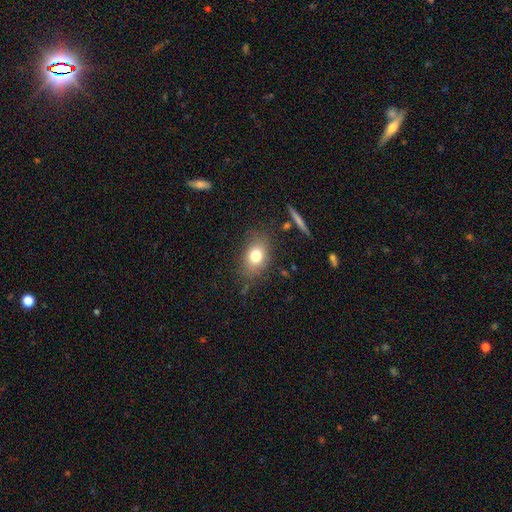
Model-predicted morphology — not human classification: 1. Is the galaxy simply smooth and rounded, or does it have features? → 76% smooth, 13% featured or disk, 11% star or artifact.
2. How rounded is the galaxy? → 71% in between, 28% round, 2% cigar-shaped.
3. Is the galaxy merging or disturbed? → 79% none, 14% minor disturbance, 5% major disturbance, 2% merger.